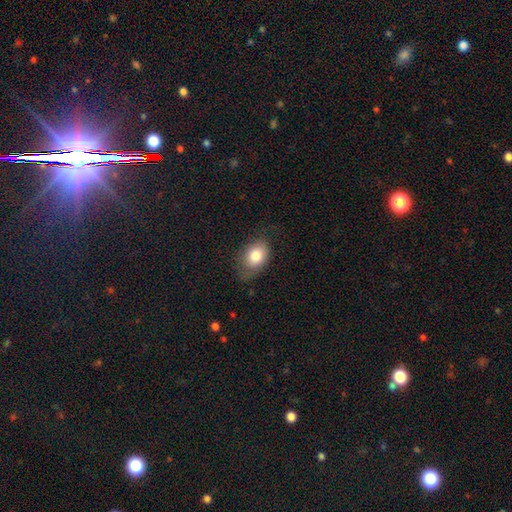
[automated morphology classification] Q: Smooth or featured?
A: smooth (79%); runner-up: featured or disk (13%)
Q: How rounded?
A: in between (79%); runner-up: round (20%)
Q: Merging?
A: none (62%); runner-up: minor disturbance (27%)